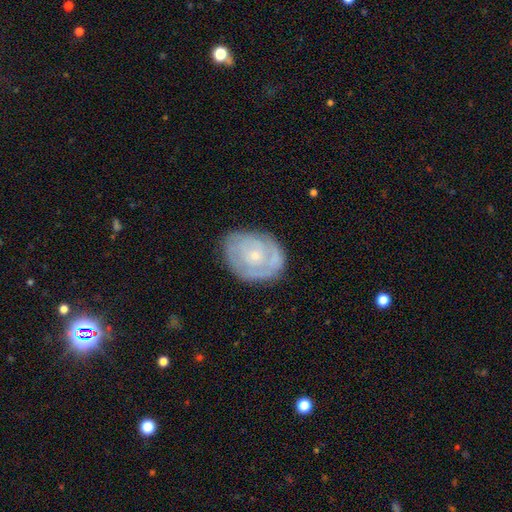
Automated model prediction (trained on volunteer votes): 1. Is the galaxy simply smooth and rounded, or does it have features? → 68% featured or disk, 25% smooth, 6% star or artifact.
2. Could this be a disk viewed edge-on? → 97% no, 3% yes.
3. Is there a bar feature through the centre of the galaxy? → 81% no, 16% weak, 3% strong.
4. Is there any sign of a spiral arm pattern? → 75% yes, 25% no.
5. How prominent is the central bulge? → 69% small, 27% moderate, 2% none, 1% large, 1% dominant.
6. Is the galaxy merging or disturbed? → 74% none, 19% minor disturbance, 6% major disturbance, 1% merger.